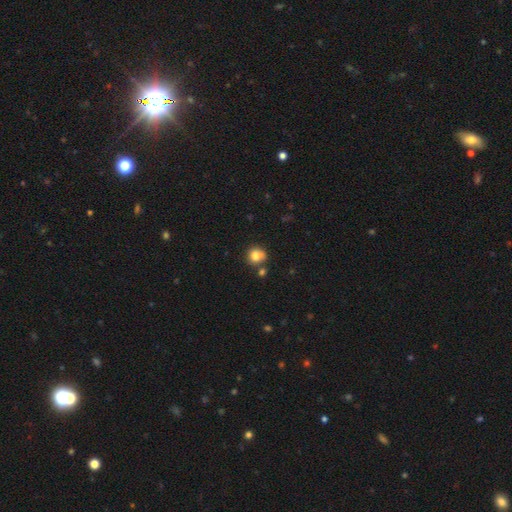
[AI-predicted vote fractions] smooth-or-featured: smooth: 79% | star or artifact: 11% | featured or disk: 10%
  how-rounded: round: 83% | in between: 16% | cigar-shaped: 1%
  merging: none: 62% | merger: 17% | minor disturbance: 17% | major disturbance: 5%